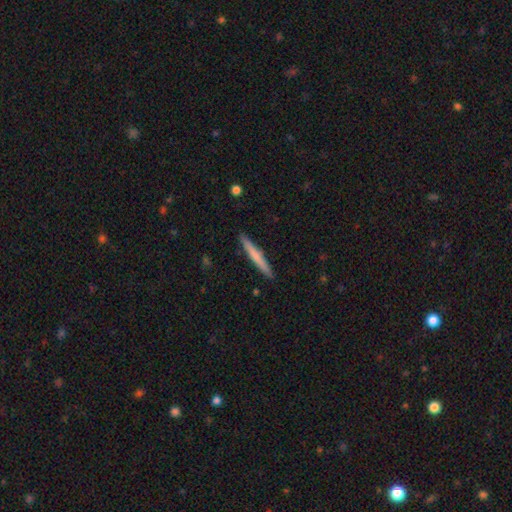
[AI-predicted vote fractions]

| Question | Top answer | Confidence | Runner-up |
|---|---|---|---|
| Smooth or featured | smooth | 62% | featured or disk (33%) |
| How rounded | cigar-shaped | 96% | in between (3%) |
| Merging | none | 92% | minor disturbance (6%) |